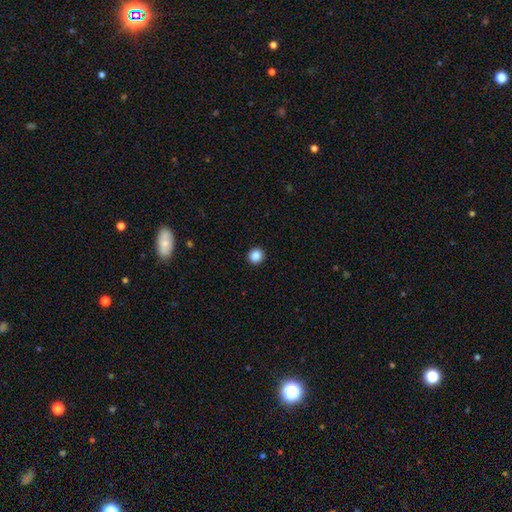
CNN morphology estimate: The model was most divided on "smooth or featured": smooth: 87%, star or artifact: 10%, featured or disk: 3%. More confident: how rounded — round (94%); merging — none (94%).